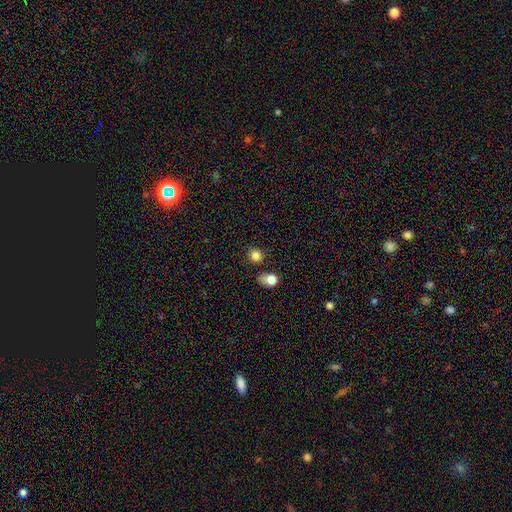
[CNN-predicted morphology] Smooth or featured? Predicted: smooth (p=0.82). How rounded? Predicted: round (p=0.85). Merging? Predicted: none (p=0.71).